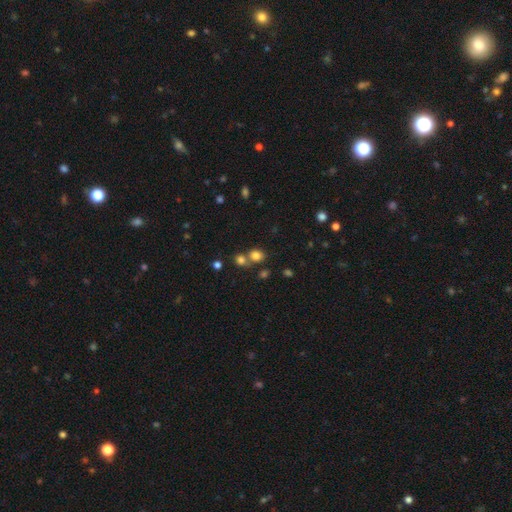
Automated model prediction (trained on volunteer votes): smooth 79%, star or artifact 15%, featured or disk 7%. Down the decision tree: how rounded — round (56%); merging — none (51%).